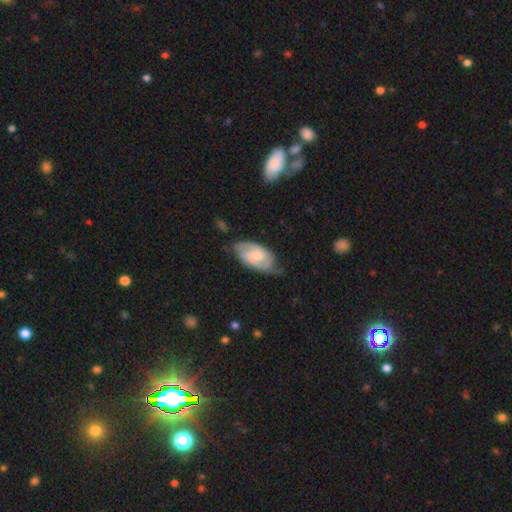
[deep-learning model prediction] A featured or disk galaxy (73%) with a weak bar (52%), 2 (80%) medium (45%) spiral arms (93%) and a moderate central bulge (45%). Merging: none (64%).